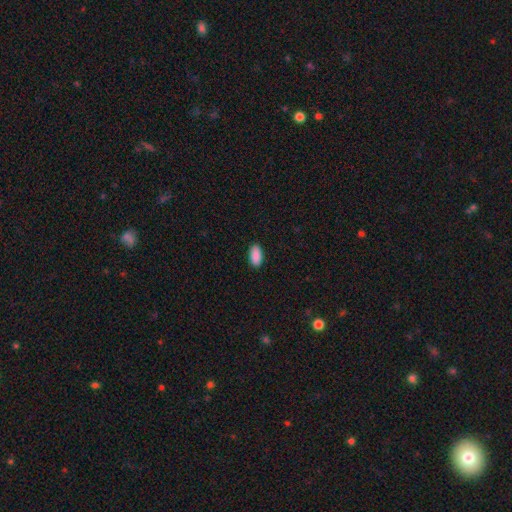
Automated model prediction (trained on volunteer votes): This appears to be a smooth galaxy with no disk features (91%) that is in between round and cigar-shaped (93%). Merging: none (89%).